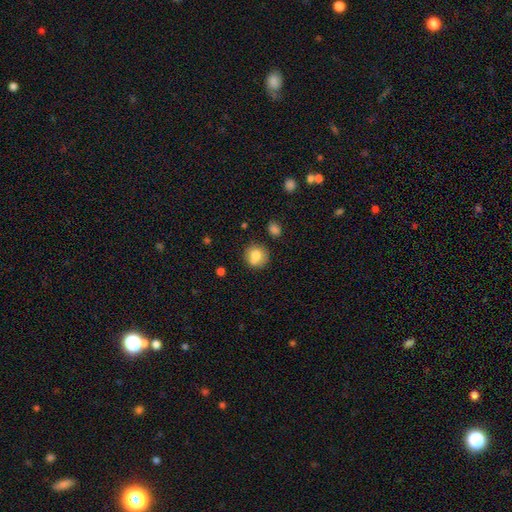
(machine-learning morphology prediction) This is likely a smooth galaxy (78%). How rounded: clearly round (87%). Merging: likely none (73%).